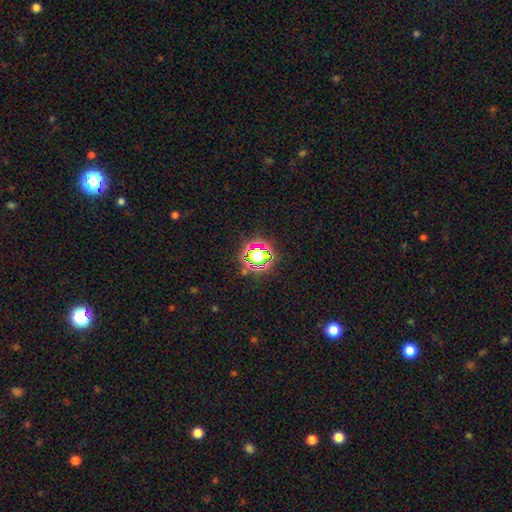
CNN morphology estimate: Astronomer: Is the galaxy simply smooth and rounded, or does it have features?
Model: star or artifact — 51% (runner-up: smooth, 35%).